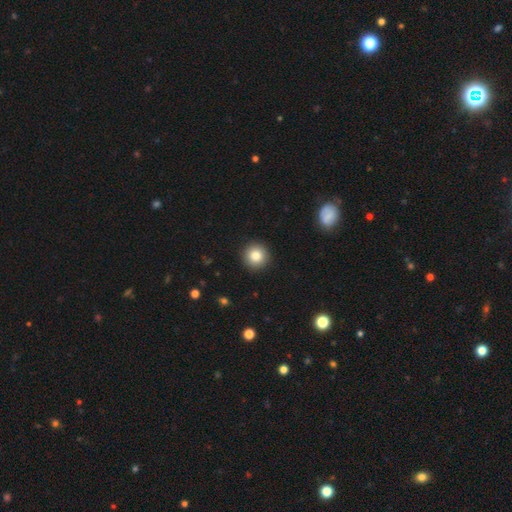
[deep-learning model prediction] Overall: smooth (83%). How rounded: round (94%). Merging: none (92%).